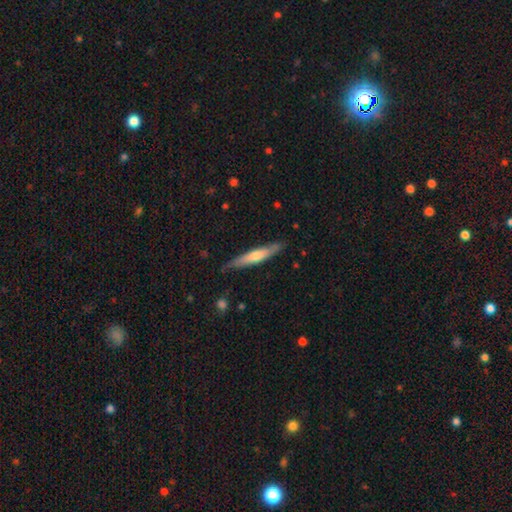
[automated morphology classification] Smooth or featured? smooth (48%)
Merging? none (83%)